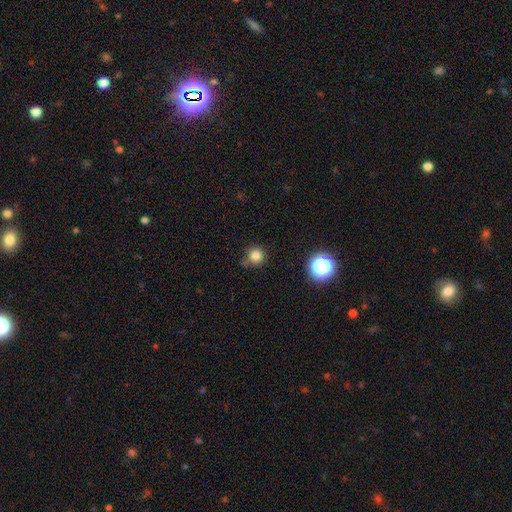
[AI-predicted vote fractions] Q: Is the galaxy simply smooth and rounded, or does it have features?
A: smooth — 81%.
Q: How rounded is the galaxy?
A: round — 94%.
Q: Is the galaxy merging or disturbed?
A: none — 74%.